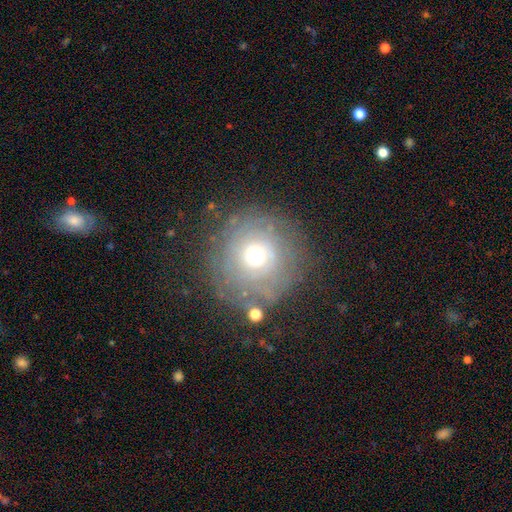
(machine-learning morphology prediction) Overall: featured or disk (53%; smooth 35%). Edge-on disk: no (96%). Bar: no (86%). Spiral arms: yes (63%; no 37%). Bulge size: moderate (66%). Merging: none (72%).